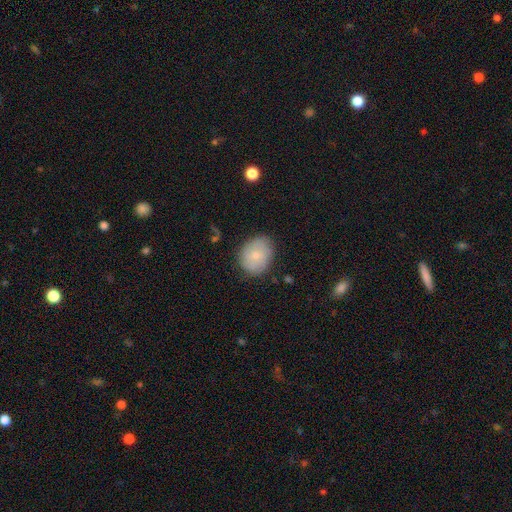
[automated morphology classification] The model was most divided on "how rounded": round: 55%, in between: 44%, cigar-shaped: 1%. More confident: merging — none (79%); smooth or featured — smooth (69%).